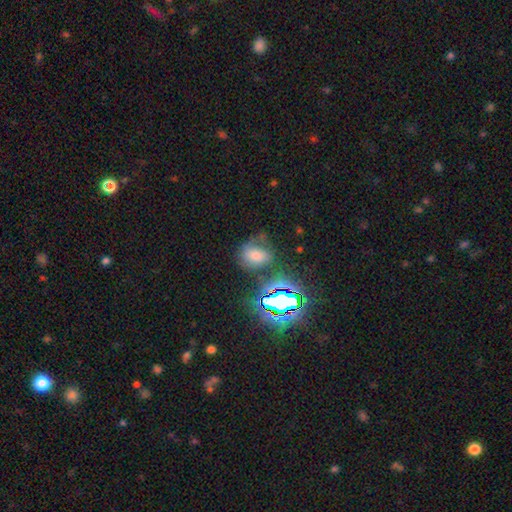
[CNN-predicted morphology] A smooth galaxy with no disk features (47%). Merging: none (57%).